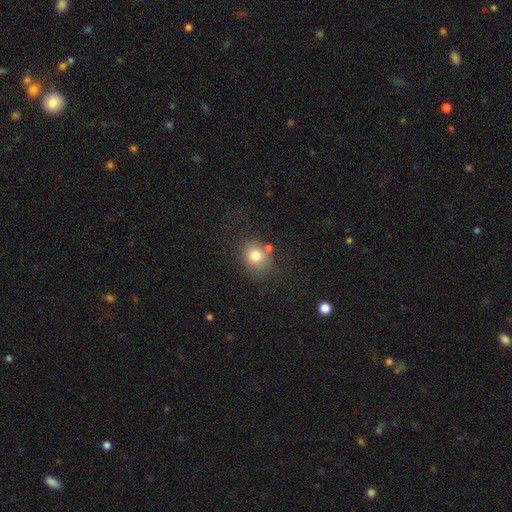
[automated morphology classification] A smooth galaxy with no disk features (78%) that is round (67%). Merging: none (69%).